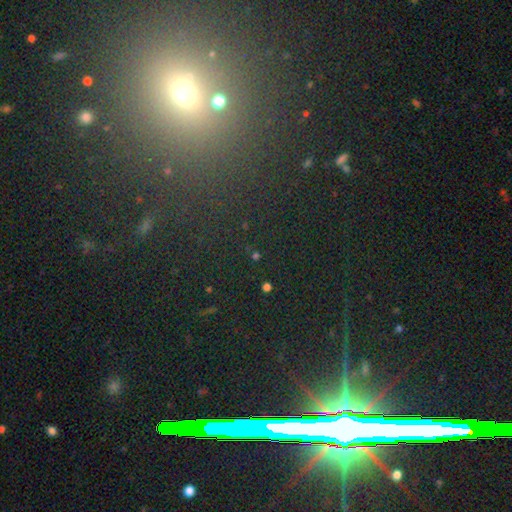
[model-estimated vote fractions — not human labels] Smooth or featured: star or artifact — 69% (smooth — 22%)